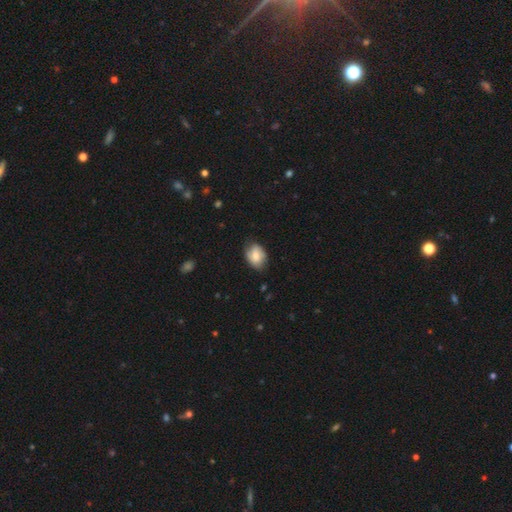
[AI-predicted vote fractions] This appears to be a smooth galaxy with no disk features (67%) that is in between round and cigar-shaped (79%). Merging: none (67%).